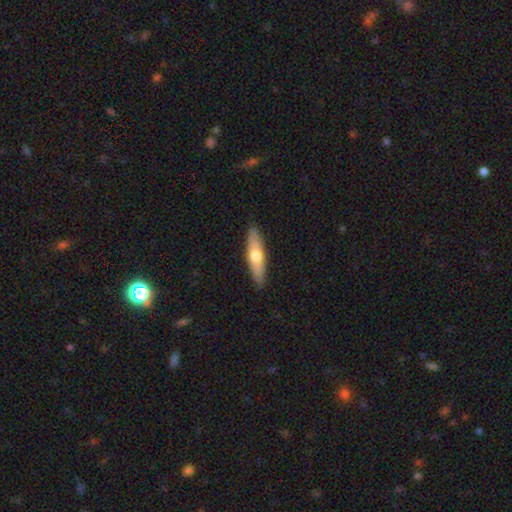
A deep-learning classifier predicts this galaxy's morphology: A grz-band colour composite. It shows a smooth galaxy with no disk features (55%) that is cigar-shaped (73%). Merging: none (90%).